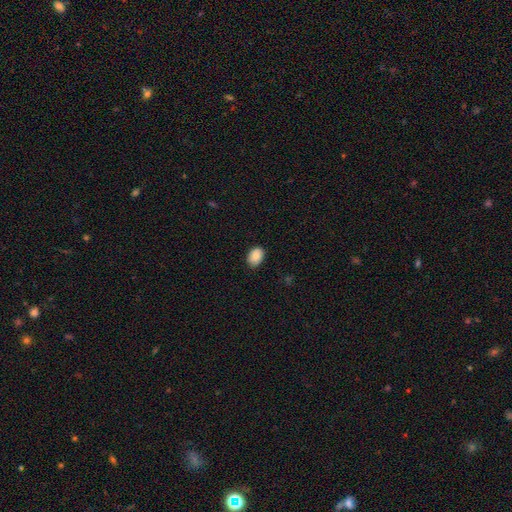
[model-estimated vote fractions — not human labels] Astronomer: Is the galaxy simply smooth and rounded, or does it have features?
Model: smooth — 85%.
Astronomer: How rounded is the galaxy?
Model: in between — 78%.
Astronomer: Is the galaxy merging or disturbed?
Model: none — 83%.